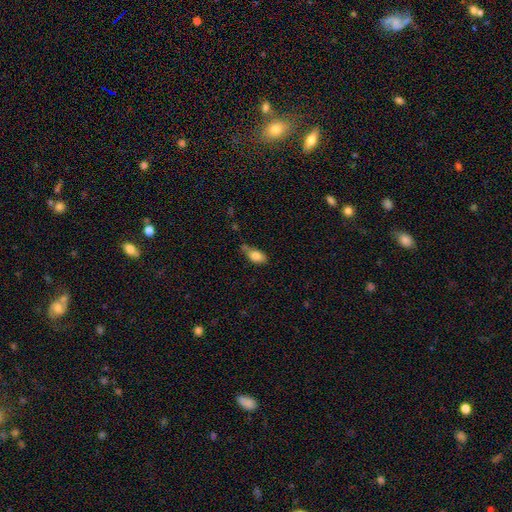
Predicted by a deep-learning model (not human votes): Smooth or featured?
  - smooth: 80% *
  - featured or disk: 11%
  - star or artifact: 8%
How rounded?
  - in between: 85% *
  - cigar-shaped: 8%
  - round: 7%
Merging?
  - none: 44% *
  - minor disturbance: 34%
  - merger: 12%
  - major disturbance: 10%